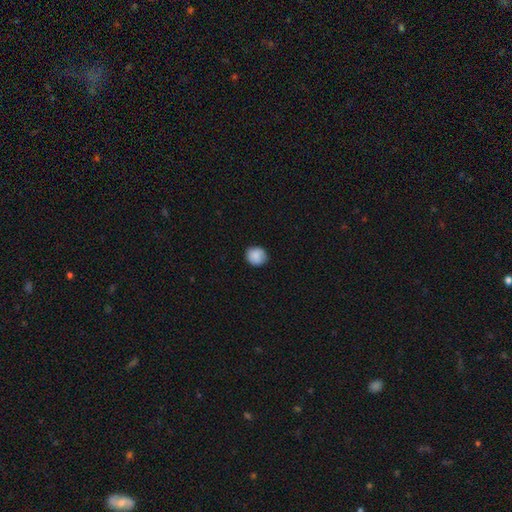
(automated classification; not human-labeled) Q: Smooth or featured?
A: smooth (86%); runner-up: star or artifact (8%)
Q: How rounded?
A: round (88%); runner-up: in between (11%)
Q: Merging?
A: none (85%); runner-up: minor disturbance (11%)